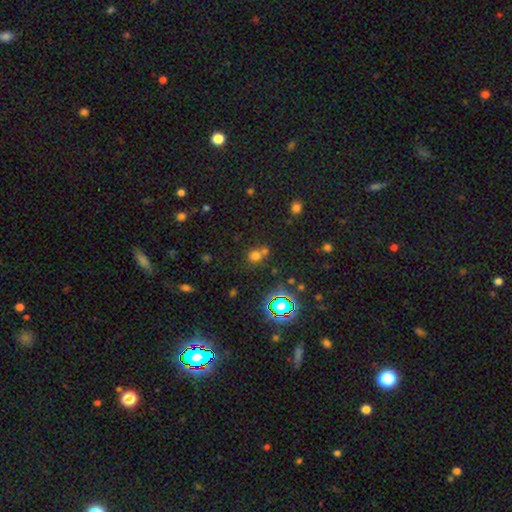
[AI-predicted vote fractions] Smooth or featured? smooth (63%)
How rounded? round (82%)
Merging? none (52%)